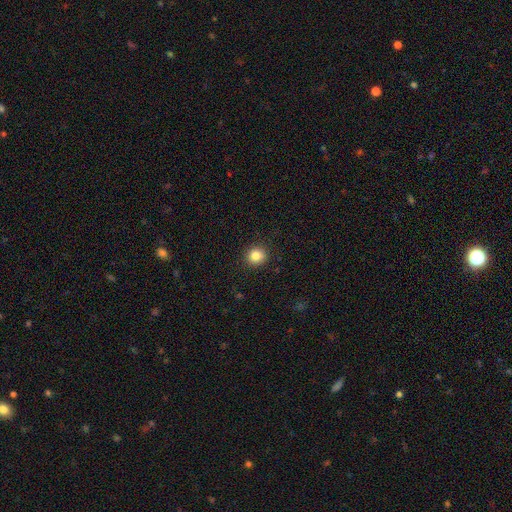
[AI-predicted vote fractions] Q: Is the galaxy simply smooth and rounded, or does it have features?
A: smooth — 84%.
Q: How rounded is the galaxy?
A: round — 88%.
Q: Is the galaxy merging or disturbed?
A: none — 91%.